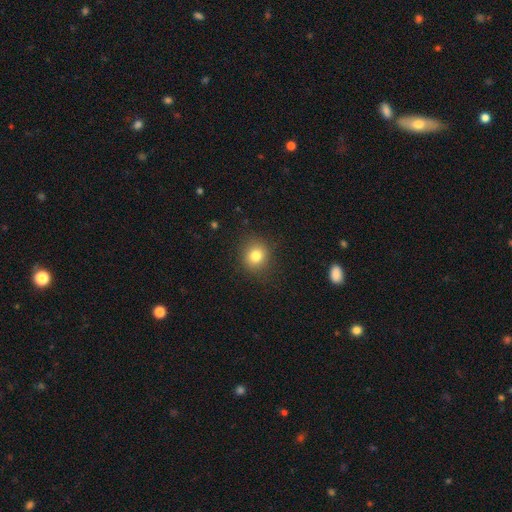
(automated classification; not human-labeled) This appears to be a smooth galaxy with no disk features (80%) that is round (83%). Merging: none (87%).